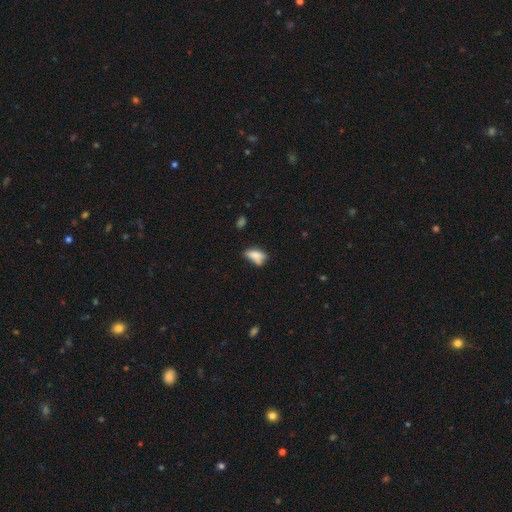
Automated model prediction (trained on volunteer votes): Overall: smooth (73%). How rounded: in between (83%). Merging: none (42%; minor disturbance 30%).